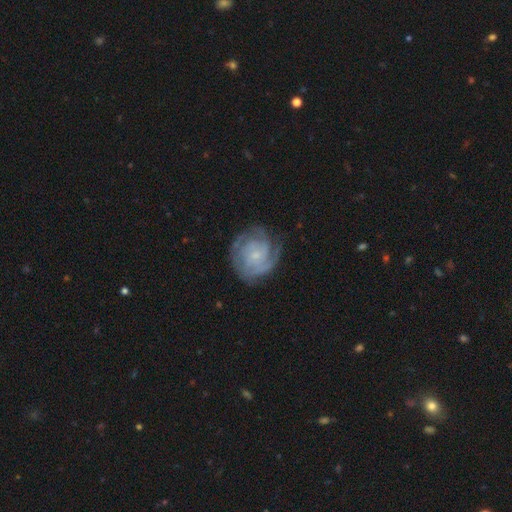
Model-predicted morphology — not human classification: Overall: featured or disk (79%). Edge-on disk: no (98%). Bar: no (69%). Spiral arms: yes (94%). Spiral arm count: can't tell (33%; 3 25%). Spiral winding: tight (65%; medium 28%). Bulge size: small (73%). Merging: none (70%).